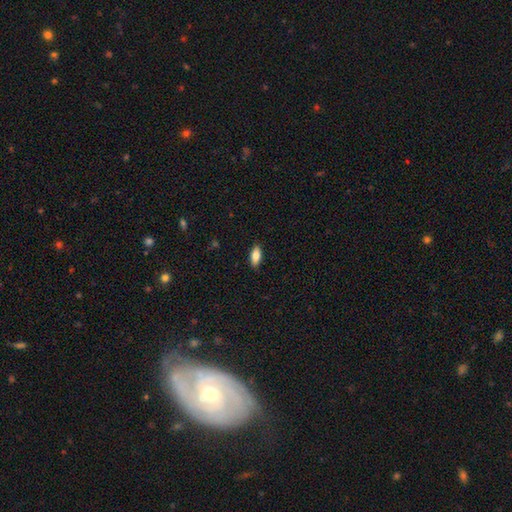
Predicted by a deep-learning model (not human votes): Q: Smooth or featured?
A: smooth (81%); runner-up: featured or disk (12%)
Q: How rounded?
A: in between (85%); runner-up: cigar-shaped (13%)
Q: Merging?
A: none (88%); runner-up: minor disturbance (9%)